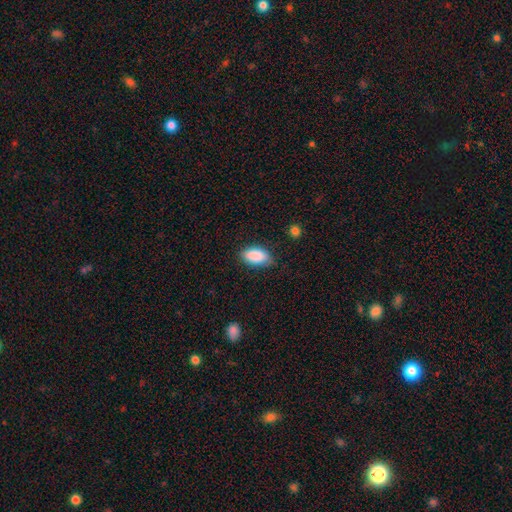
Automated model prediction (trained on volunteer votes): Smooth or featured? Predicted: smooth (p=0.89). How rounded? Predicted: in between (p=0.93). Merging? Predicted: none (p=0.80).